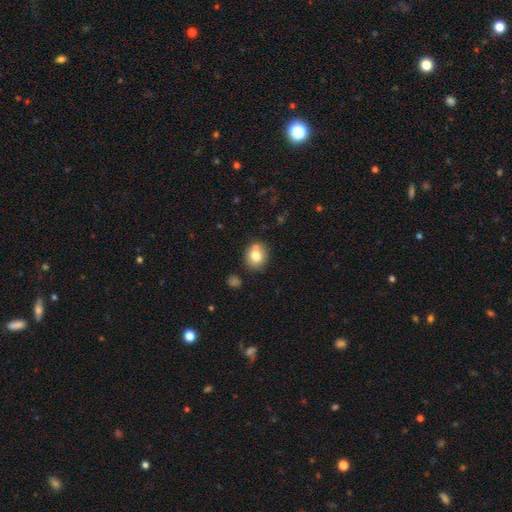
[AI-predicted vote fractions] Smooth or featured? Predicted: smooth (p=0.76). How rounded? Predicted: round (p=0.71). Merging? Predicted: none (p=0.67).